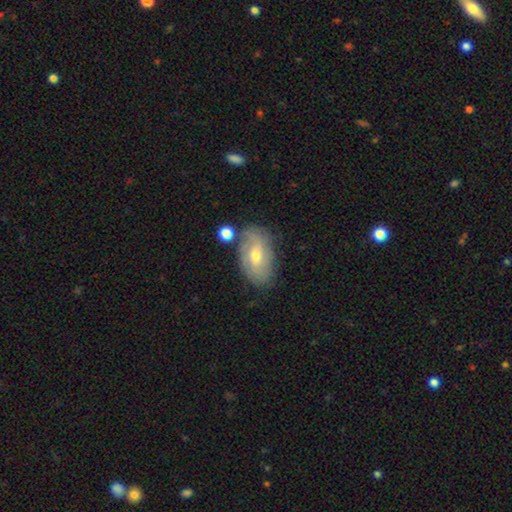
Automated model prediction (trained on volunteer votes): Morphology: type=featured or disk (59%); edge-on=no (93%); bar=weak (47%); spiral arms=yes (75%); bulge=moderate (54%); merging=none (70%).